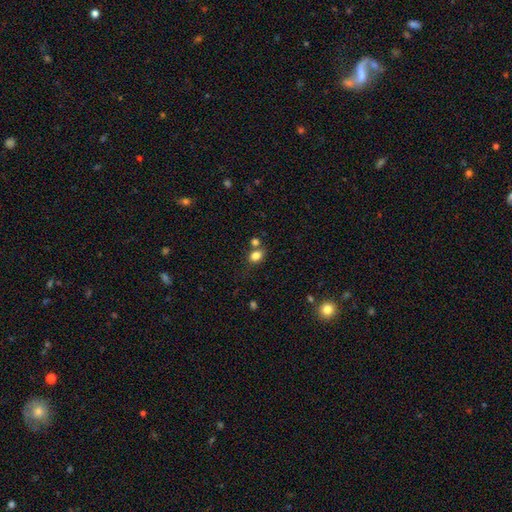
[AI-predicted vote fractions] Smooth or featured?
  - smooth: 81% *
  - star or artifact: 11%
  - featured or disk: 8%
How rounded?
  - in between: 63% *
  - round: 36%
  - cigar-shaped: 1%
Merging?
  - none: 59% *
  - merger: 21%
  - minor disturbance: 15%
  - major disturbance: 5%